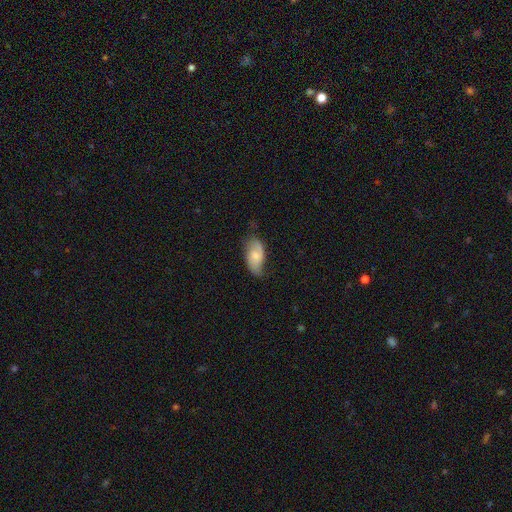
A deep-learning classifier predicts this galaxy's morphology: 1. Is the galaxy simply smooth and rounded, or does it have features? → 56% smooth, 37% featured or disk, 7% star or artifact.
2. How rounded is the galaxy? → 93% in between, 4% round, 4% cigar-shaped.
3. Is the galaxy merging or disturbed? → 59% none, 31% minor disturbance, 9% major disturbance, 2% merger.